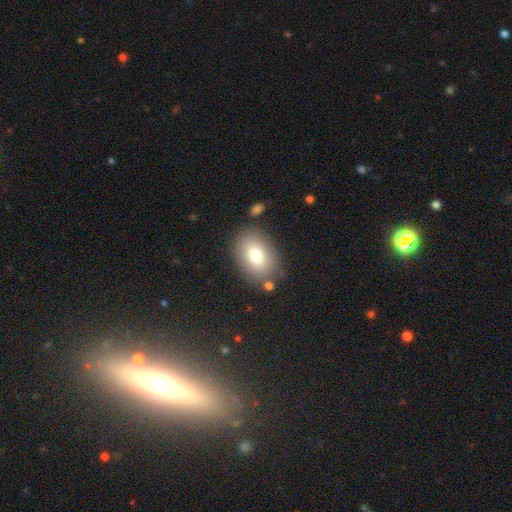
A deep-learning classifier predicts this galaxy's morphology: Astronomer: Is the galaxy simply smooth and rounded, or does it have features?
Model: smooth — 79%.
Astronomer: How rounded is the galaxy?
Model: in between — 81%.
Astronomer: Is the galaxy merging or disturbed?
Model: none — 82%.